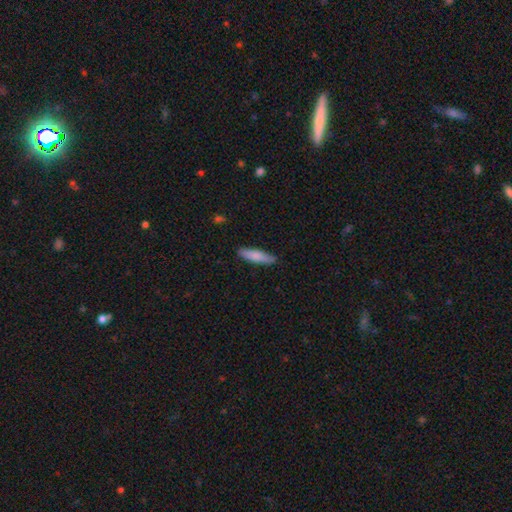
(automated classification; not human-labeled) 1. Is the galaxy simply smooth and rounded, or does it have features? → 82% smooth, 13% featured or disk, 6% star or artifact.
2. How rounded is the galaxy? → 70% cigar-shaped, 28% in between, 2% round.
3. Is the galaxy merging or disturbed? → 81% none, 15% minor disturbance, 2% major disturbance, 1% merger.